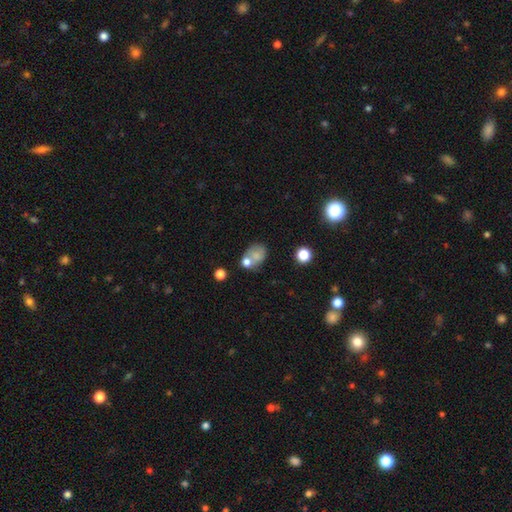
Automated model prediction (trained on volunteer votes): Smooth or featured? smooth (65%)
How rounded? in between (64%)
Merging? none (39%)